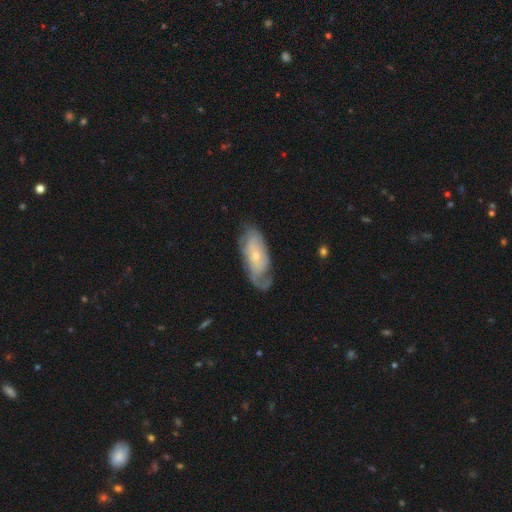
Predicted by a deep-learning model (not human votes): This appears to be a featured or disk galaxy (68%) with no bar (74%), tight (52%) spiral arms (83%) and a small central bulge (71%). Merging: none (58%).